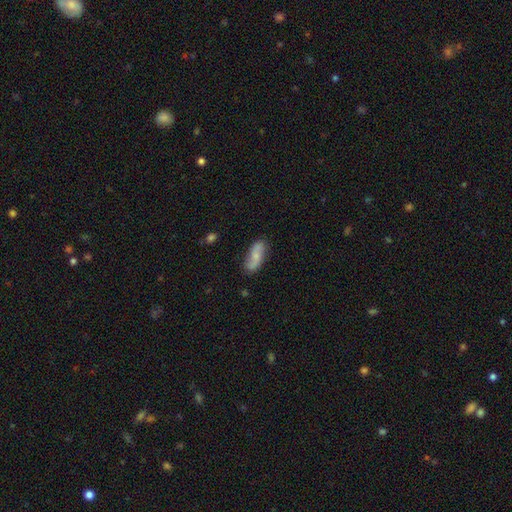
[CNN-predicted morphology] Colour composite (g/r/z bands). It shows a smooth galaxy with no disk features (51%) that is in between round and cigar-shaped (73%). Merging: none (74%).